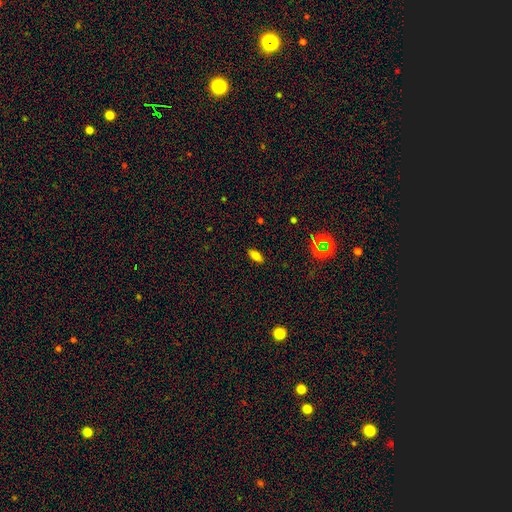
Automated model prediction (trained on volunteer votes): Smooth or featured: smooth — 76% (star or artifact — 14%)
How rounded: in between — 84% (cigar-shaped — 12%)
Merging: none — 88% (minor disturbance — 9%)